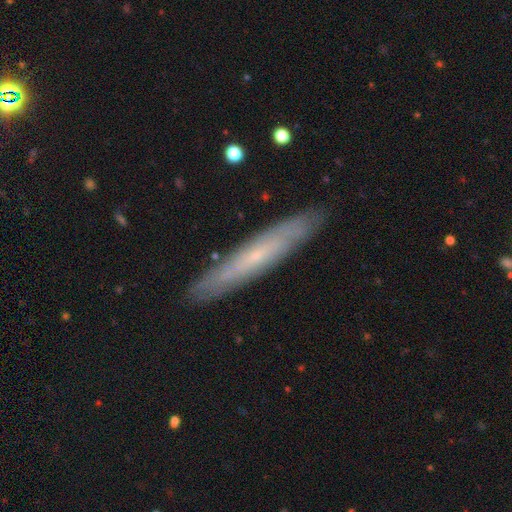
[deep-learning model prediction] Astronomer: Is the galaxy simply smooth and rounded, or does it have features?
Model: featured or disk — 58% (runner-up: smooth, 35%).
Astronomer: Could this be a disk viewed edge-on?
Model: yes — 74%.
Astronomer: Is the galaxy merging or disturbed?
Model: none — 88%.